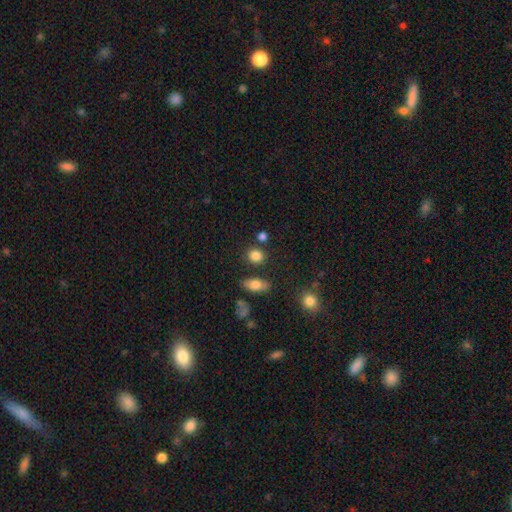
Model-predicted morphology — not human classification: smooth-or-featured: smooth: 84% | star or artifact: 10% | featured or disk: 6%
  how-rounded: round: 70% | in between: 28% | cigar-shaped: 2%
  merging: none: 77% | minor disturbance: 10% | merger: 9% | major disturbance: 4%